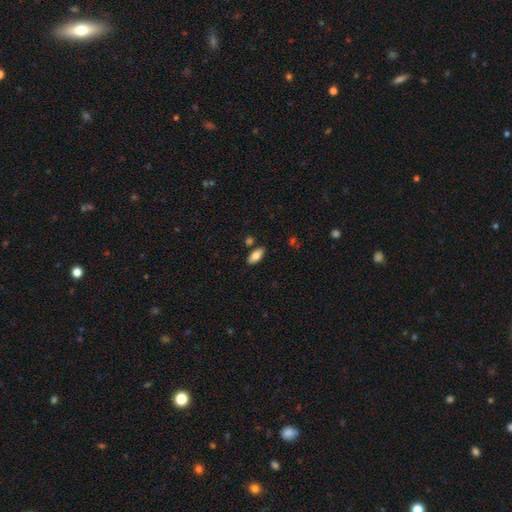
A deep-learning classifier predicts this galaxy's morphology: type=smooth (78%); roundness=in between (88%); merging=none (84%).